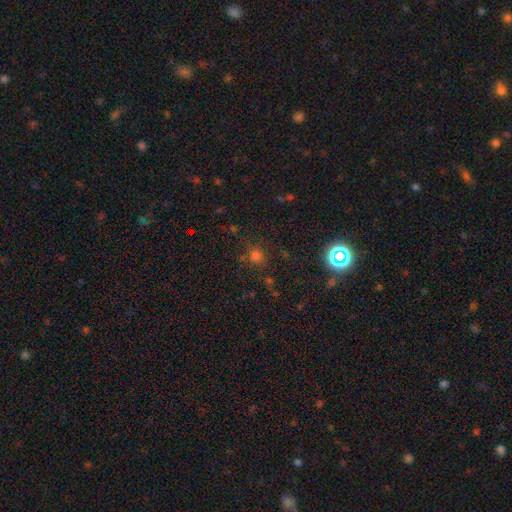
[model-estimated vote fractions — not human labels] smooth 57%, star or artifact 36%, featured or disk 7%. Down the decision tree: how rounded — round (89%); merging — none (79%).